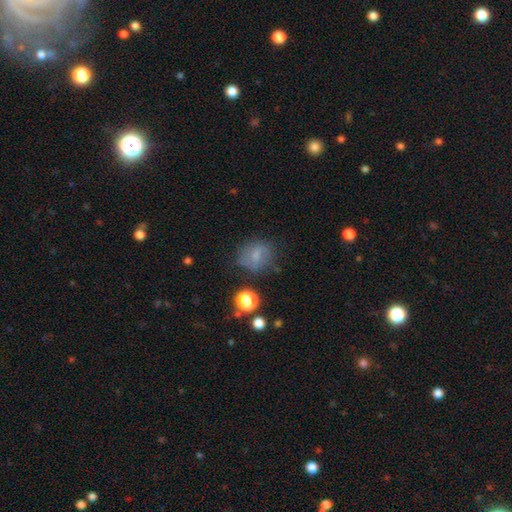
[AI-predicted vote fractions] Smooth or featured? smooth (61%)
How rounded? round (62%)
Merging? none (66%)